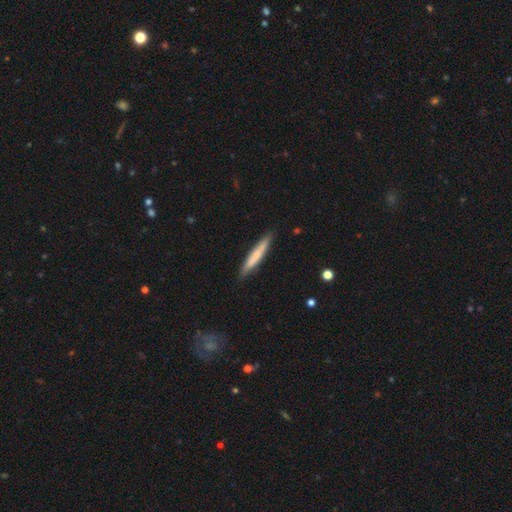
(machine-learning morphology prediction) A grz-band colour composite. It shows a smooth galaxy with no disk features (67%) that is cigar-shaped (95%). Merging: none (88%).